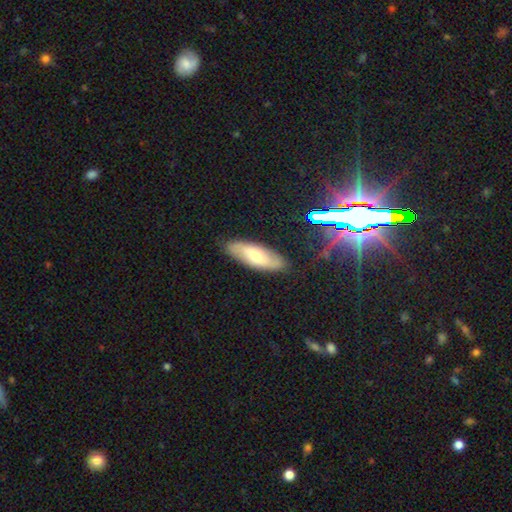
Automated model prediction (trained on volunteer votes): This is possibly a smooth galaxy (51%). How rounded: likely in between (65%). Merging: clearly none (86%).